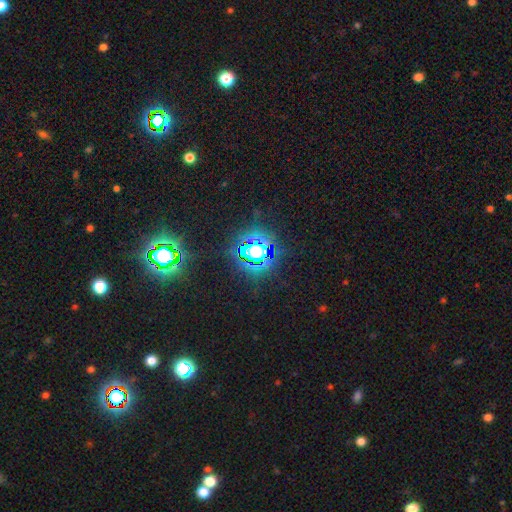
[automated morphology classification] This appears to be a star or artifact, not a galaxy (81%).